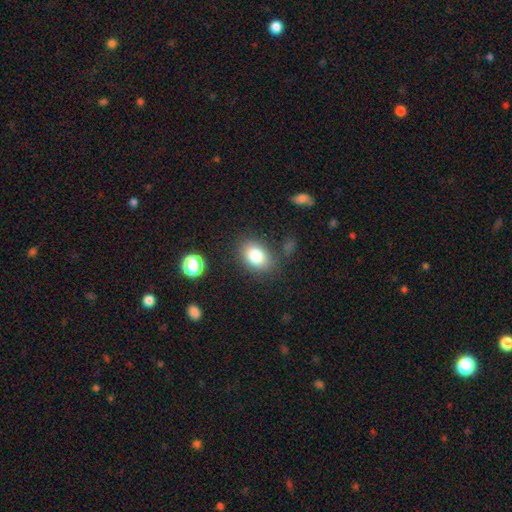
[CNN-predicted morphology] The model was most divided on "how rounded": in between: 71%, round: 28%, cigar-shaped: 1%. More confident: smooth or featured — smooth (83%); merging — none (77%).